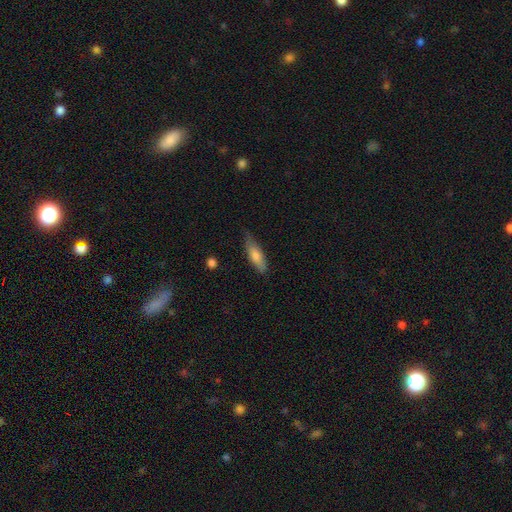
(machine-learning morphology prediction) smooth-or-featured: smooth: 75% | featured or disk: 19% | star or artifact: 6%
  how-rounded: in between: 53% | cigar-shaped: 45% | round: 2%
  merging: none: 68% | minor disturbance: 26% | major disturbance: 5% | merger: 2%